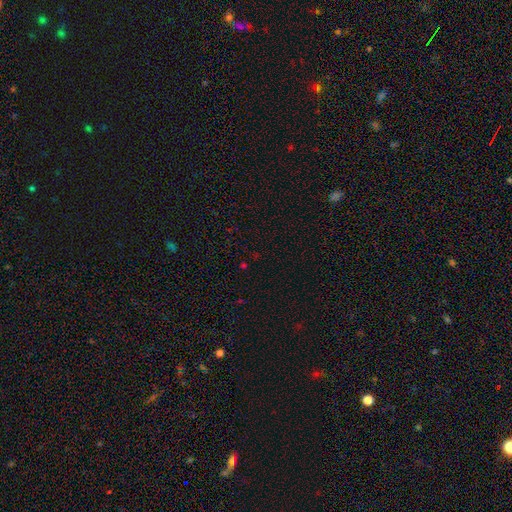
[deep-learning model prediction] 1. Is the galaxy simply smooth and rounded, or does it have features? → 64% star or artifact, 29% smooth, 7% featured or disk.